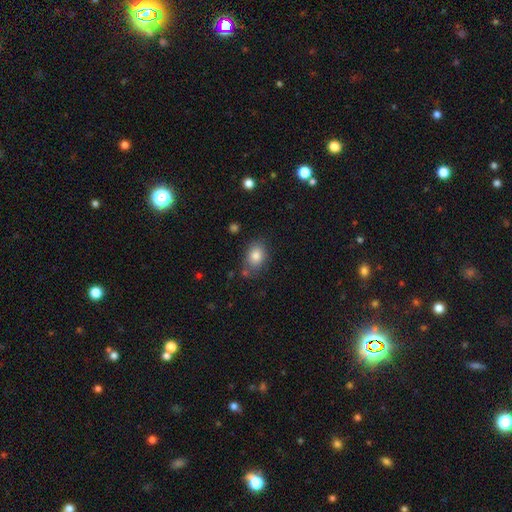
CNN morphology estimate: A smooth galaxy with no disk features (83%) that is in between round and cigar-shaped (65%).

Vote fractions:
- Smooth or featured? smooth: 83% / star or artifact: 9% / featured or disk: 8%
- How rounded? in between: 65% / round: 34% / cigar-shaped: 1%
- Merging? none: 74% / minor disturbance: 16% / merger: 5% / major disturbance: 4%